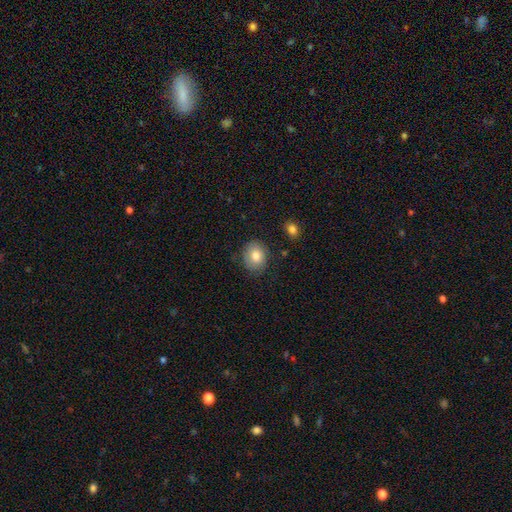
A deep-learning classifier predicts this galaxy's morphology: This appears to be a smooth galaxy with no disk features (81%) that is round (56%). Merging: none (80%).